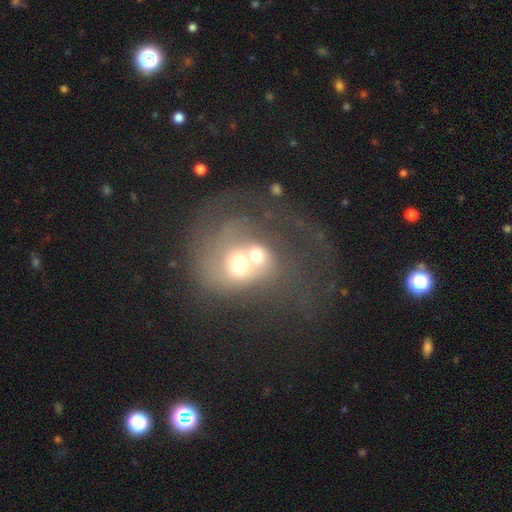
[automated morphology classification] Smooth or featured?
  - featured or disk: 61% *
  - smooth: 27%
  - star or artifact: 12%
Edge-on disk?
  - no: 97% *
  - yes: 3%
Bar?
  - no: 79% *
  - weak: 17%
  - strong: 4%
Spiral arms?
  - yes: 61% *
  - no: 39%
Bulge size?
  - moderate: 60% *
  - small: 24%
  - large: 10%
  - none: 4%
  - dominant: 3%
Merging?
  - merger: 66% *
  - major disturbance: 16%
  - none: 12%
  - minor disturbance: 6%